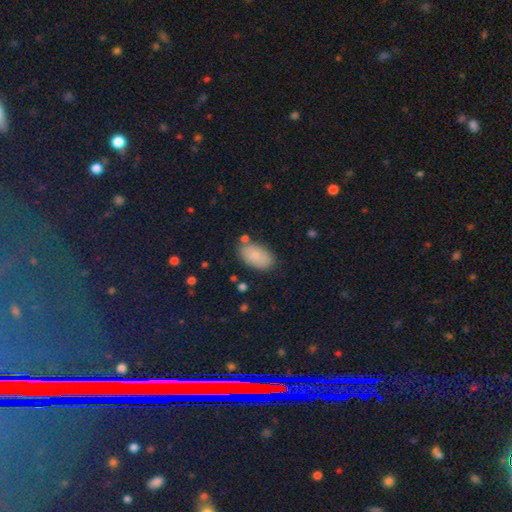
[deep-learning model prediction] The model was most divided on "merging": none: 79%, minor disturbance: 13%, merger: 4%, major disturbance: 3%. More confident: how rounded — in between (94%); smooth or featured — smooth (83%).